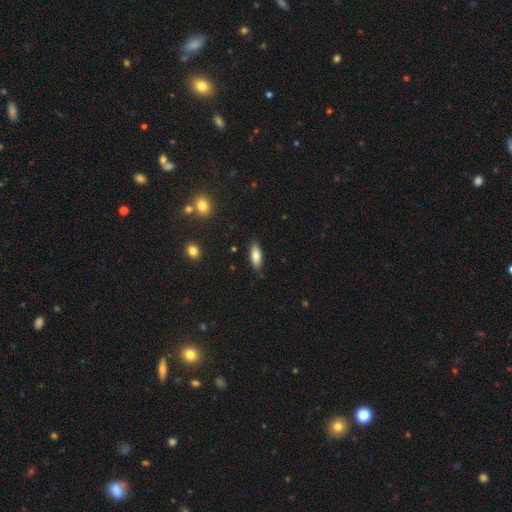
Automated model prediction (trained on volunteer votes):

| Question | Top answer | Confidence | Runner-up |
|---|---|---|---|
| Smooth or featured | smooth | 80% | featured or disk (13%) |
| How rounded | in between | 77% | cigar-shaped (21%) |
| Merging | none | 87% | minor disturbance (10%) |